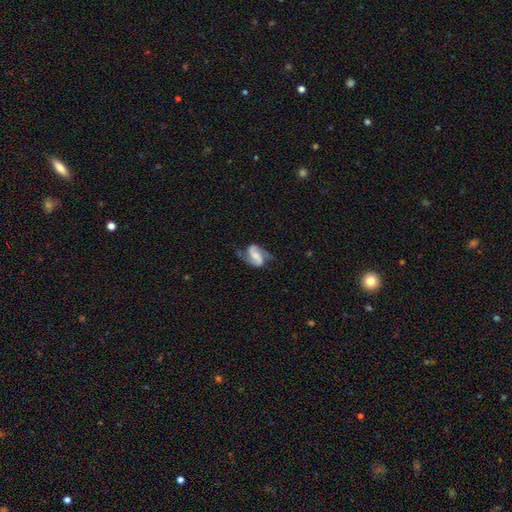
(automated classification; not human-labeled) Smooth or featured?
  - featured or disk: 85% *
  - smooth: 9%
  - star or artifact: 6%
Edge-on disk?
  - no: 98% *
  - yes: 2%
Bar?
  - weak: 40% *
  - strong: 36%
  - no: 24%
Spiral arms?
  - yes: 96% *
  - no: 4%
Spiral winding?
  - medium: 47% *
  - loose: 37%
  - tight: 16%
Spiral arm count?
  - 2: 93% *
  - can't tell: 2%
  - 1: 2%
  - 3: 1%
  - 4: 1%
  - more than 4: 1%
Bulge size?
  - none: 36% *
  - small: 30%
  - moderate: 24%
  - large: 8%
  - dominant: 2%
Merging?
  - none: 69% *
  - minor disturbance: 19%
  - major disturbance: 10%
  - merger: 2%